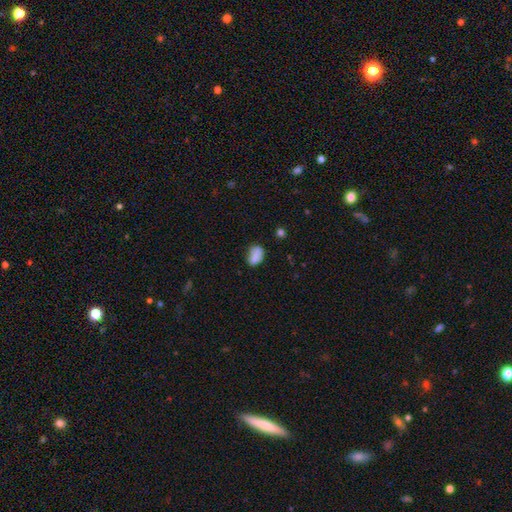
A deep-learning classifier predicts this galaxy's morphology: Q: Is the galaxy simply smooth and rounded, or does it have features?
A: smooth — 76%.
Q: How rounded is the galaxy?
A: in between — 81%.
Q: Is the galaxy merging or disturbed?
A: none — 51%.